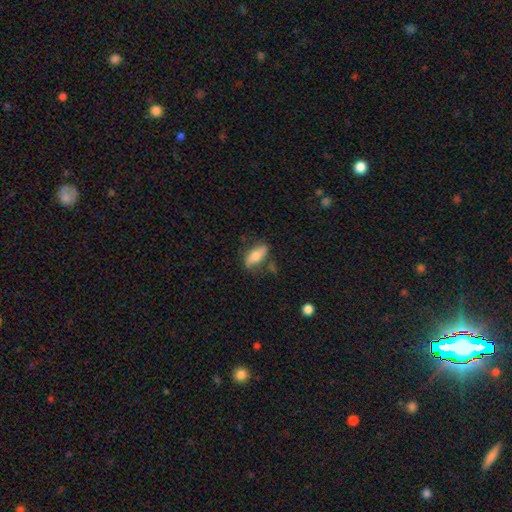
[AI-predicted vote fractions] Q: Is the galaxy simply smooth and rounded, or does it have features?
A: smooth — 66%.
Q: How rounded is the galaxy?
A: in between — 74%.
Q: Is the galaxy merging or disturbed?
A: none — 70%.